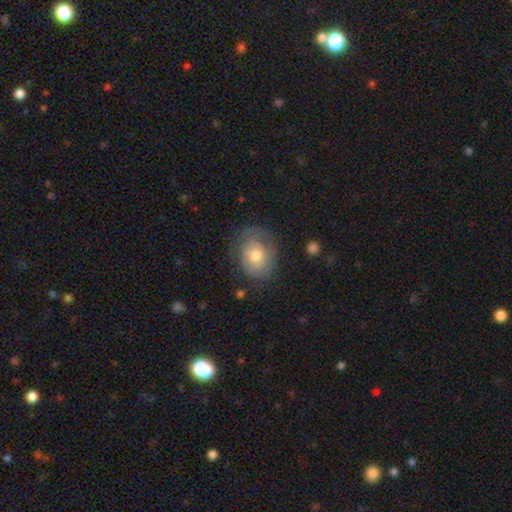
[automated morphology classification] This appears to be a smooth galaxy with no disk features (61%) that is in between round and cigar-shaped (52%). Merging: none (61%).